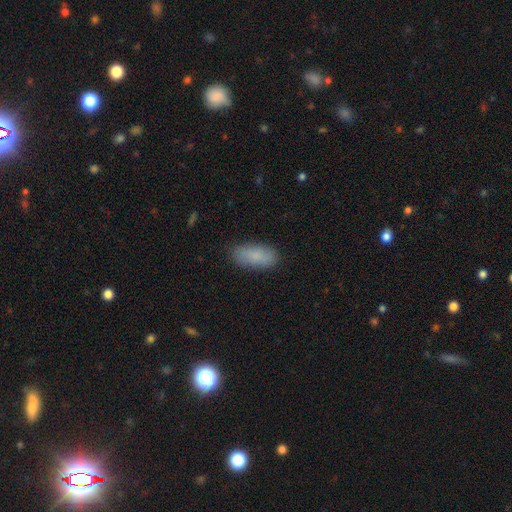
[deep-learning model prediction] Smooth or featured? smooth (84%)
How rounded? in between (88%)
Merging? none (85%)